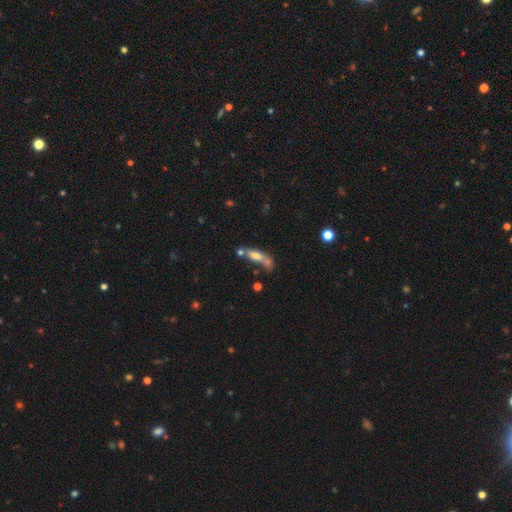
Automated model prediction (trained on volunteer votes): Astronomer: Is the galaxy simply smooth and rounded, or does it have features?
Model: smooth — 61%.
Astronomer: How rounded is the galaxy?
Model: in between — 49% (runner-up: cigar-shaped, 46%).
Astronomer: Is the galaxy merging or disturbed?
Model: merger — 41% (runner-up: none, 33%).